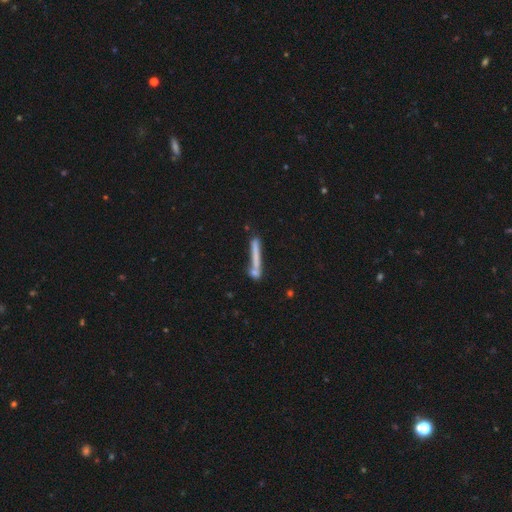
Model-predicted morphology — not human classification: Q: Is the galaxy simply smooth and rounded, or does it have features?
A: smooth — 60%.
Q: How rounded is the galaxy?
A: cigar-shaped — 94%.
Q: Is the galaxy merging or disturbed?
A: none — 60%.